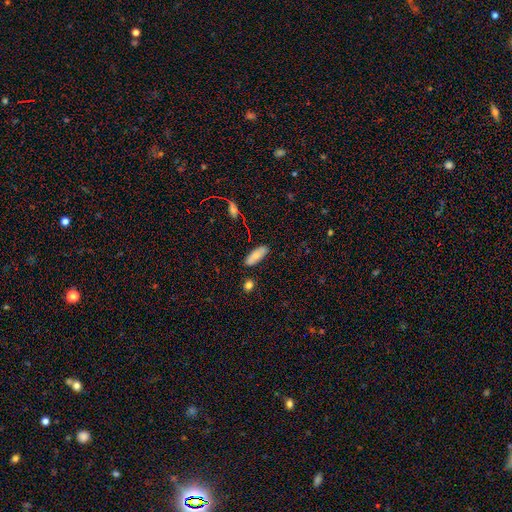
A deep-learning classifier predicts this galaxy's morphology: Smooth or featured? smooth (79%)
How rounded? in between (75%)
Merging? none (83%)